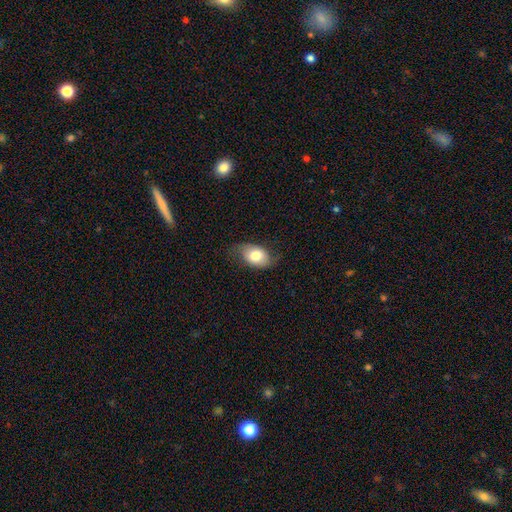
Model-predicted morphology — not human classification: smooth 72%, featured or disk 21%, star or artifact 7%. Down the decision tree: how rounded — in between (85%); merging — none (68%).